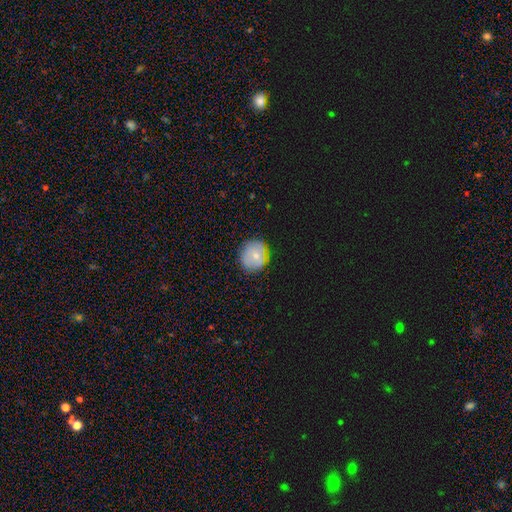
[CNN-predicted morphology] smooth 56%, featured or disk 31%, star or artifact 13%. Down the decision tree: how rounded — round (84%); merging — none (81%).